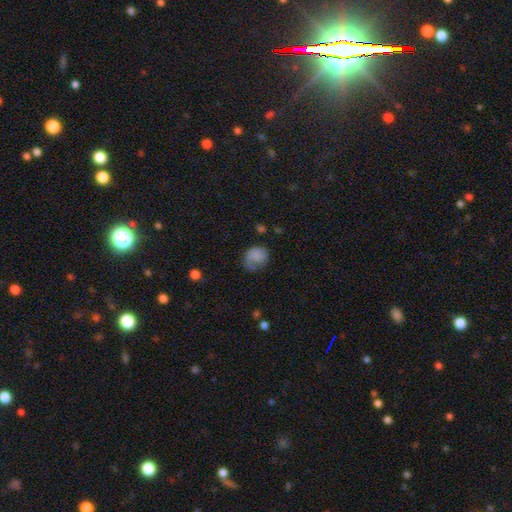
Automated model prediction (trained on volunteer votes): Q: Smooth or featured?
A: smooth (64%); runner-up: featured or disk (27%)
Q: How rounded?
A: round (60%); runner-up: in between (39%)
Q: Merging?
A: none (44%); runner-up: minor disturbance (28%)